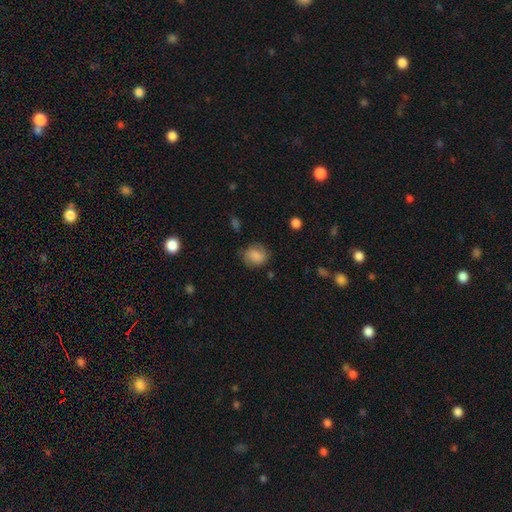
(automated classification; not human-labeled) Smooth or featured? smooth (79%)
How rounded? round (69%)
Merging? none (75%)